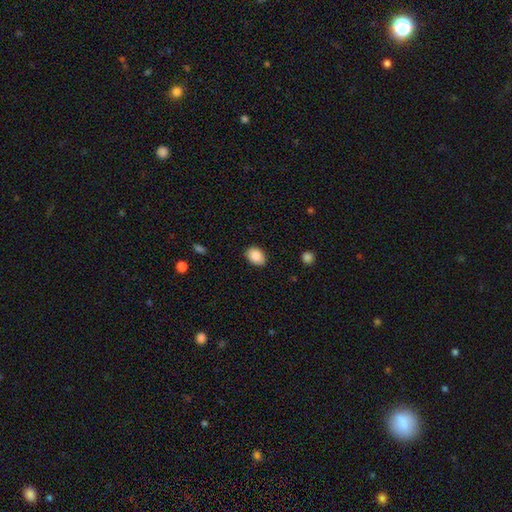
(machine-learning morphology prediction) The model was most divided on "how rounded": in between: 76%, round: 23%, cigar-shaped: 1%. More confident: smooth or featured — smooth (86%); merging — none (85%).